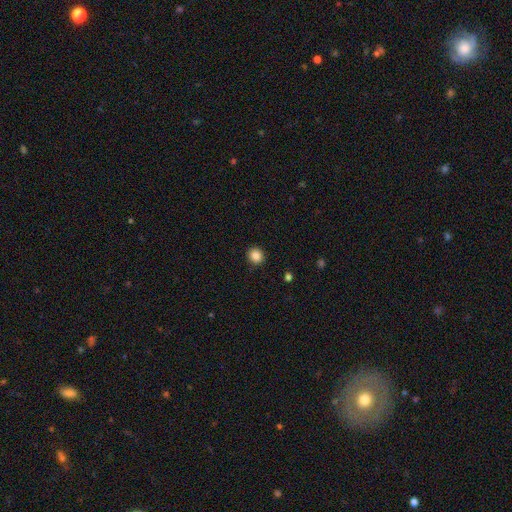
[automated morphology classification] Smooth or featured? smooth (86%)
How rounded? round (87%)
Merging? none (92%)